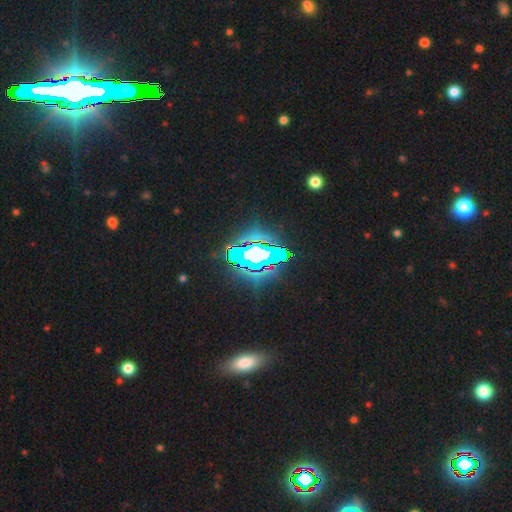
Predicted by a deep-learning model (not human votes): Morphology: type=star or artifact (64%).